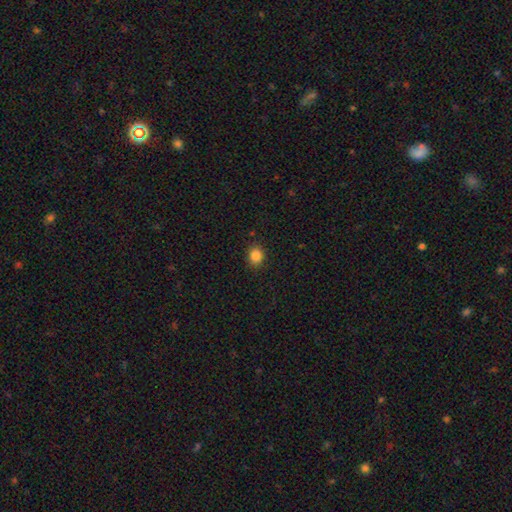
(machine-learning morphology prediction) This is clearly a smooth galaxy (84%). How rounded: likely round (62%). Merging: clearly none (88%).